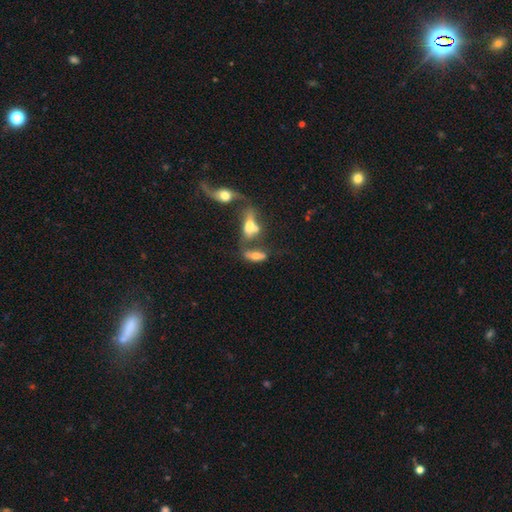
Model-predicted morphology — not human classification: Smooth or featured?
  - smooth: 57% *
  - featured or disk: 32%
  - star or artifact: 11%
How rounded?
  - in between: 73% *
  - cigar-shaped: 22%
  - round: 5%
Merging?
  - merger: 43% *
  - none: 33%
  - minor disturbance: 13%
  - major disturbance: 10%